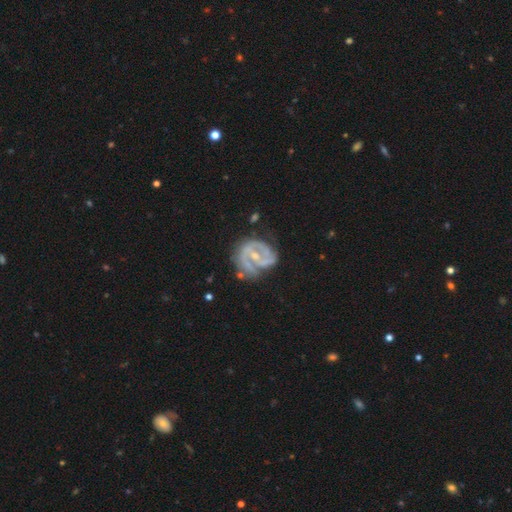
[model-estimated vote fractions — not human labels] smooth-or-featured: featured or disk: 85% | smooth: 9% | star or artifact: 6%
  disk-edge-on: no: 98% | yes: 2%
    bar: weak: 40% | no: 38% | strong: 22%
    has-spiral-arms: yes: 89% | no: 11%
      spiral-winding: tight: 46% | medium: 41% | loose: 14%
      spiral-arm-count: 2: 56% | can't tell: 16% | 3: 15% | 1: 8% | 4: 3% | more than 4: 3%
    bulge-size: small: 58% | moderate: 38% | none: 2% | large: 1% | dominant: 1%
  merging: none: 53% | minor disturbance: 27% | major disturbance: 16% | merger: 4%